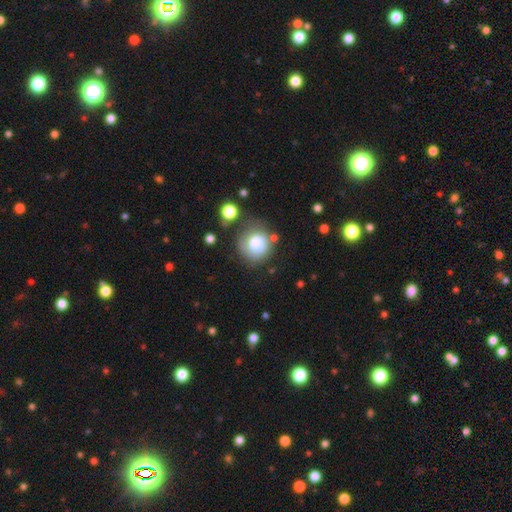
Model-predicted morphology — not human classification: This appears to be a smooth galaxy with no disk features (54%) that is round (91%). Merging: none (81%).